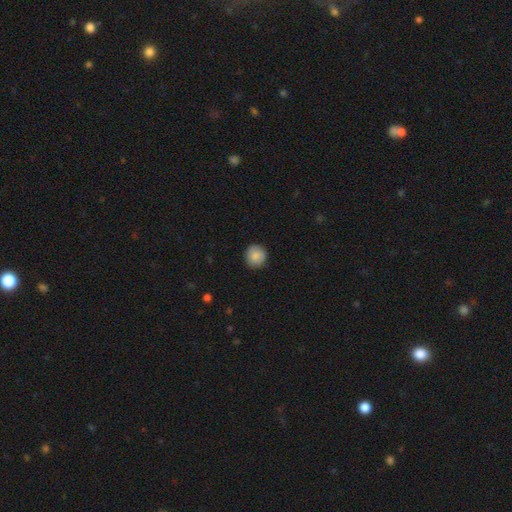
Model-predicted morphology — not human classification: This appears to be a smooth galaxy with no disk features (87%) that is round (93%). Merging: none (90%).